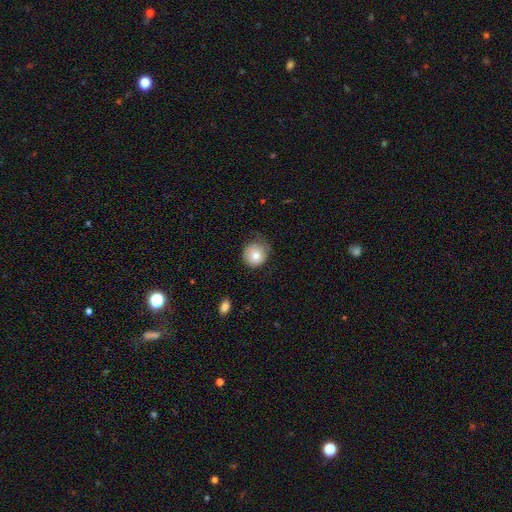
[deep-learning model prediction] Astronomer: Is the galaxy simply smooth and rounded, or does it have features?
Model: smooth — 73%.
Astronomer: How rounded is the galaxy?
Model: round — 91%.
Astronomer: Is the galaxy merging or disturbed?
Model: none — 59%.